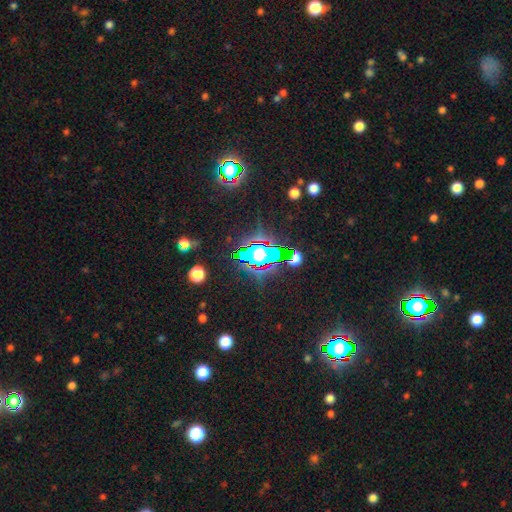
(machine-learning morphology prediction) A star or artifact, not a galaxy (67%).

Vote fractions:
- Smooth or featured? star or artifact: 67% / smooth: 20% / featured or disk: 13%